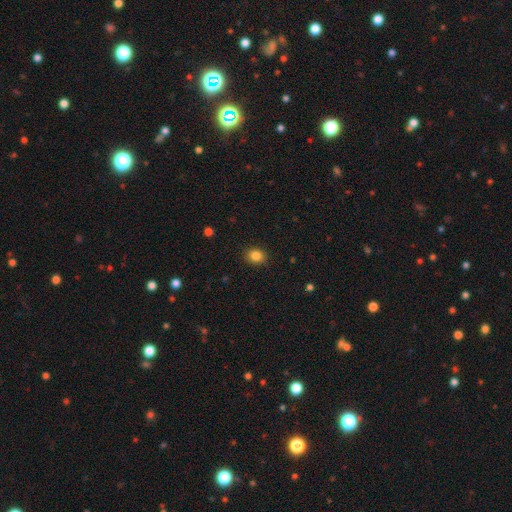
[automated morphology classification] type=smooth (84%); roundness=round (61%); merging=none (88%).